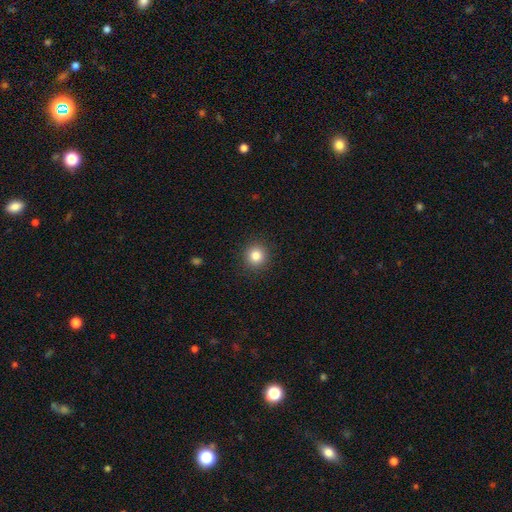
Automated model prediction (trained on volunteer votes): A smooth galaxy with no disk features (84%) that is round (91%).

Vote fractions:
- Smooth or featured? smooth: 84% / star or artifact: 11% / featured or disk: 6%
- How rounded? round: 91% / in between: 8% / cigar-shaped: 1%
- Merging? none: 91% / minor disturbance: 6% / major disturbance: 2% / merger: 1%